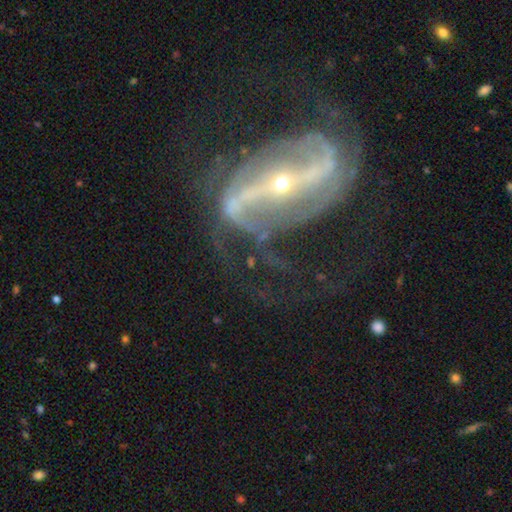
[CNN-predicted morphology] A featured or disk galaxy (91%) with a strong bar (77%), 2 (81%) medium (41%) spiral arms (95%) and a small central bulge (75%).

Vote fractions:
- Smooth or featured? featured or disk: 91% / star or artifact: 6% / smooth: 3%
- Edge-on disk? no: 93% / yes: 7%
- Bar? strong: 77% / weak: 14% / no: 8%
- Spiral arms? yes: 95% / no: 5%
- Spiral winding? medium: 41% / loose: 40% / tight: 19%
- Spiral arm count? 2: 81% / can't tell: 7% / 3: 4% / 1: 3% / 4: 3% / more than 4: 2%
- Bulge size? small: 75% / moderate: 21% / large: 1% / dominant: 1% / none: 1%
- Merging? none: 55% / major disturbance: 23% / minor disturbance: 19% / merger: 3%